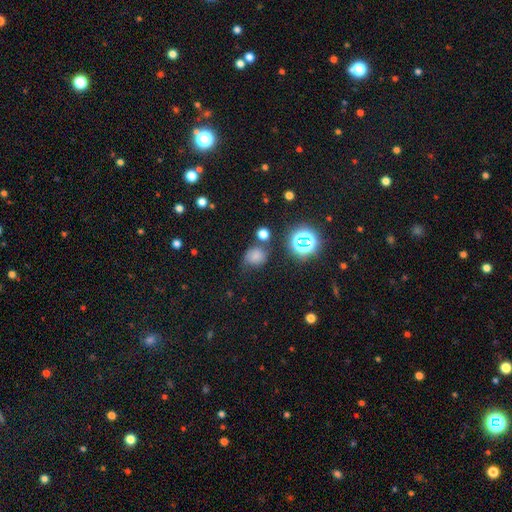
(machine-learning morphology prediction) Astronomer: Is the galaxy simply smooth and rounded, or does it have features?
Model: smooth — 66%.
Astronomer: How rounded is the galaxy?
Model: round — 64%.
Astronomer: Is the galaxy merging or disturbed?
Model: none — 57%.